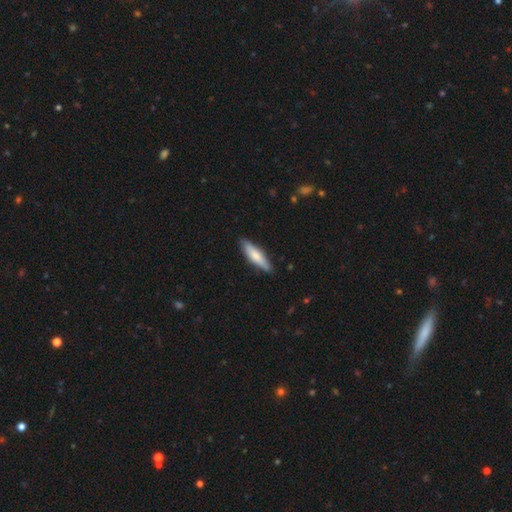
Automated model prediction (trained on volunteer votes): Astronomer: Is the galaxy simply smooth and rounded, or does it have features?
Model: smooth — 69%.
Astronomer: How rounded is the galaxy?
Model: cigar-shaped — 70%.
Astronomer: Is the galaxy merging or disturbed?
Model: none — 87%.